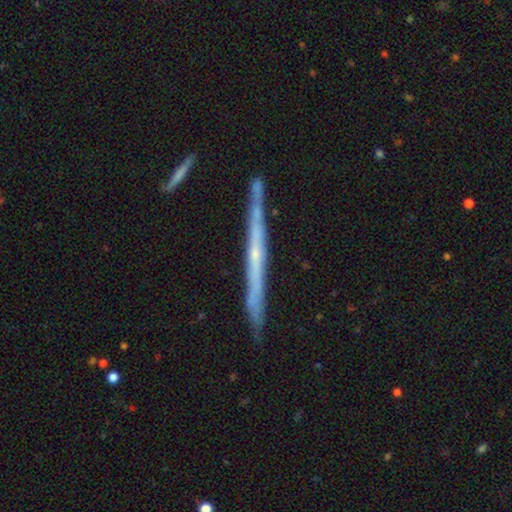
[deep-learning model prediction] Q: Smooth or featured?
A: featured or disk (72%); runner-up: smooth (21%)
Q: Edge-on disk?
A: yes (97%); runner-up: no (3%)
Q: Edge-on bulge?
A: none (66%); runner-up: rounded (30%)
Q: Merging?
A: none (87%); runner-up: minor disturbance (9%)